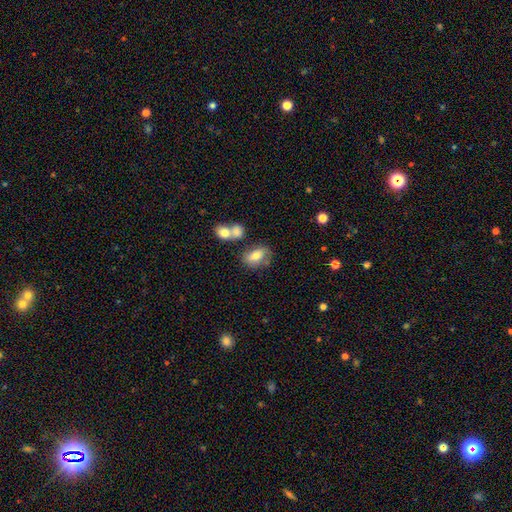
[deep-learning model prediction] Q: Smooth or featured?
A: smooth (72%); runner-up: featured or disk (19%)
Q: How rounded?
A: in between (81%); runner-up: round (16%)
Q: Merging?
A: none (54%); runner-up: merger (23%)